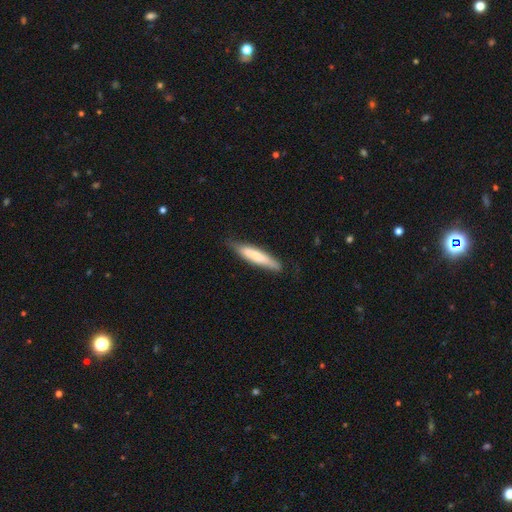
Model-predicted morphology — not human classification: Smooth or featured: smooth — 70% (featured or disk — 24%)
How rounded: cigar-shaped — 86% (in between — 13%)
Merging: none — 79% (minor disturbance — 17%)